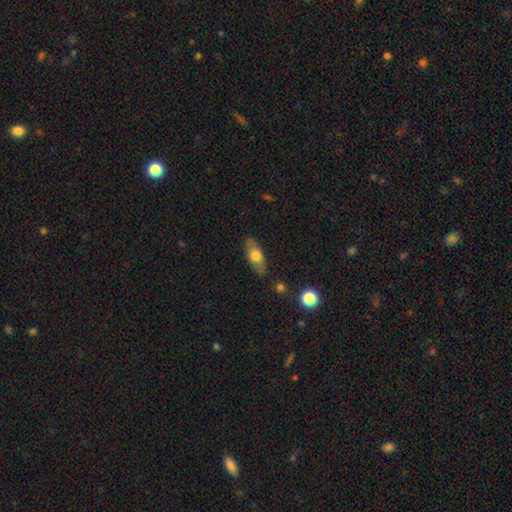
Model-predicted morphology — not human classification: smooth-or-featured: smooth: 60% | featured or disk: 34% | star or artifact: 6%
  how-rounded: in between: 75% | cigar-shaped: 20% | round: 4%
  merging: none: 83% | minor disturbance: 12% | major disturbance: 3% | merger: 2%